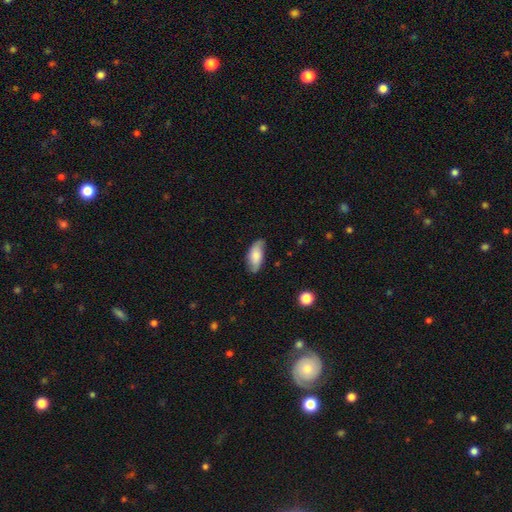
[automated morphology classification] Smooth or featured? smooth (68%)
How rounded? in between (86%)
Merging? none (75%)